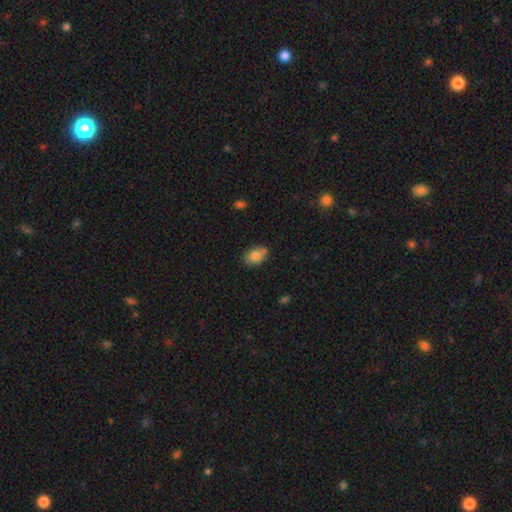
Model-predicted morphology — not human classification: smooth 79%, featured or disk 13%, star or artifact 9%. Down the decision tree: how rounded — in between (77%); merging — none (69%).